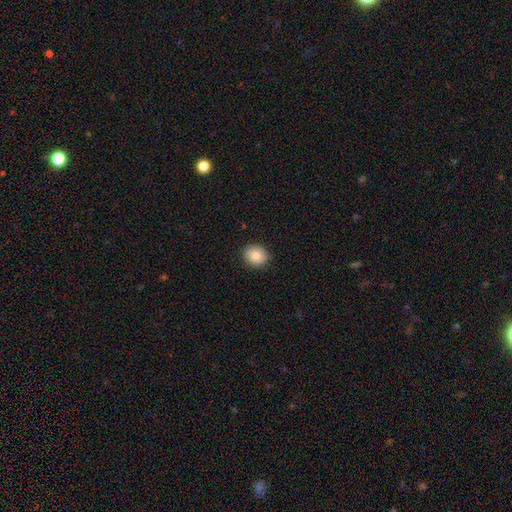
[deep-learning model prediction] Q: Smooth or featured?
A: smooth (86%); runner-up: star or artifact (8%)
Q: How rounded?
A: round (71%); runner-up: in between (28%)
Q: Merging?
A: none (90%); runner-up: minor disturbance (7%)